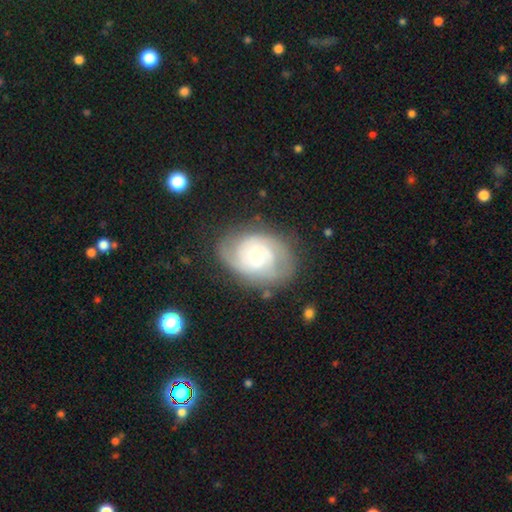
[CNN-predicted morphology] smooth-or-featured: featured or disk: 77% | smooth: 17% | star or artifact: 6%
  disk-edge-on: no: 97% | yes: 3%
    bar: no: 63% | weak: 32% | strong: 5%
    has-spiral-arms: yes: 92% | no: 8%
      spiral-winding: tight: 52% | medium: 38% | loose: 11%
      spiral-arm-count: 2: 50% | can't tell: 24% | 3: 16% | 1: 4% | 4: 3% | more than 4: 3%
    bulge-size: moderate: 51% | small: 41% | large: 6% | none: 1% | dominant: 1%
  merging: none: 71% | minor disturbance: 19% | major disturbance: 9% | merger: 2%